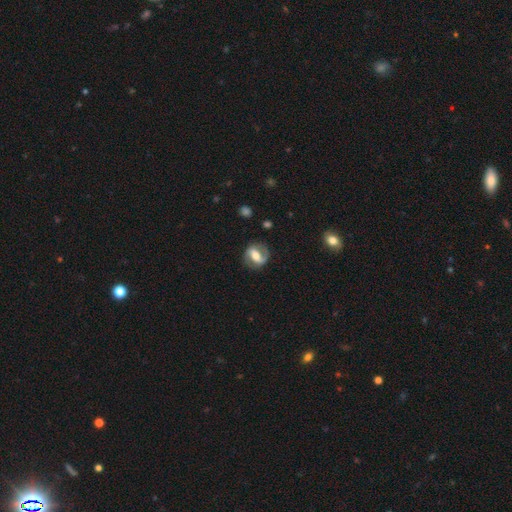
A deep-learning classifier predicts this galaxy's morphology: This appears to be a featured or disk galaxy (75%) with a strong bar (49%), 2 (88%) medium (46%) spiral arms (87%) and a moderate central bulge (64%). Merging: none (80%).